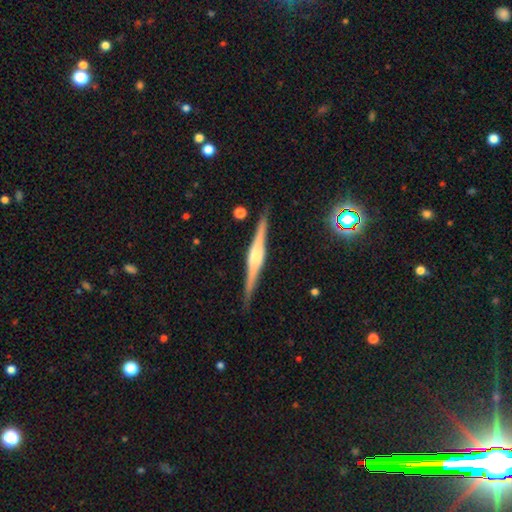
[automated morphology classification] Q: Smooth or featured?
A: featured or disk (81%); runner-up: smooth (14%)
Q: Edge-on disk?
A: yes (98%); runner-up: no (2%)
Q: Edge-on bulge?
A: rounded (75%); runner-up: boxy (20%)
Q: Merging?
A: none (88%); runner-up: minor disturbance (9%)